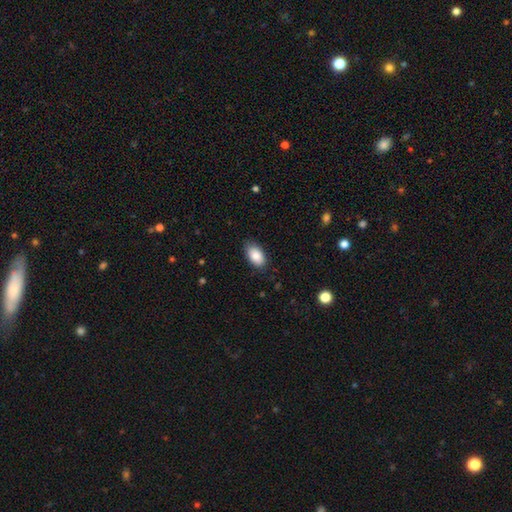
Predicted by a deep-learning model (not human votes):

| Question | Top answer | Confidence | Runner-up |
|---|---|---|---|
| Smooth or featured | smooth | 86% | featured or disk (7%) |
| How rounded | in between | 94% | round (5%) |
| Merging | none | 82% | minor disturbance (14%) |